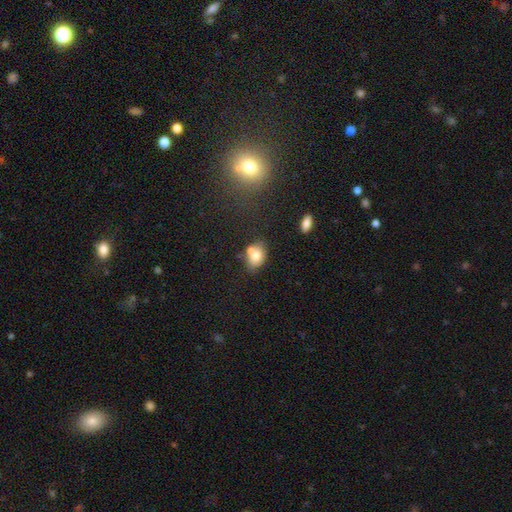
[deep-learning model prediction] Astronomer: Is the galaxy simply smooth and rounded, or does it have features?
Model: smooth — 71%.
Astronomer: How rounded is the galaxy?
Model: in between — 67%.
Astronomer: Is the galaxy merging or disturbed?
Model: none — 48% (runner-up: merger, 33%).